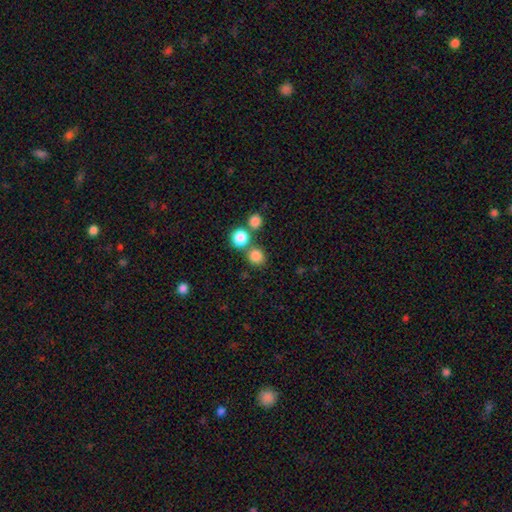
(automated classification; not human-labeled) This is clearly a smooth galaxy (82%). How rounded: clearly round (88%). Merging: likely none (66%).